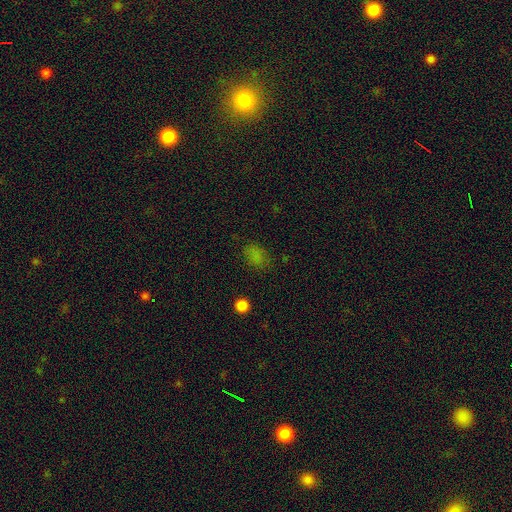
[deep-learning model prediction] Morphology: type=smooth (73%); roundness=in between (72%); merging=none (74%).